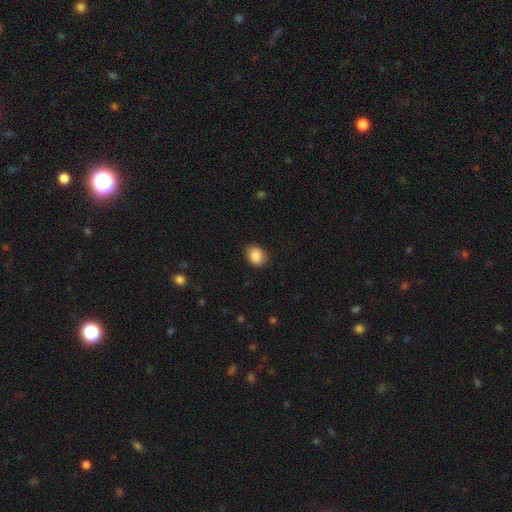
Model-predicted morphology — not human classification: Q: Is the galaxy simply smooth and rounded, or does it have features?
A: smooth — 88%.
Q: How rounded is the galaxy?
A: in between — 56%.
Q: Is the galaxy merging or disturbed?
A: none — 83%.